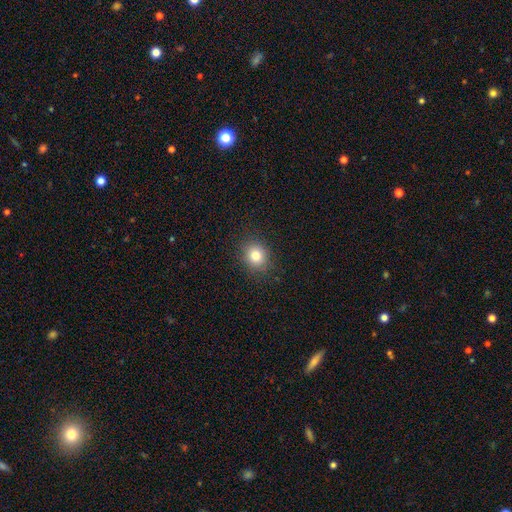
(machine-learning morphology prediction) type=smooth (81%); roundness=round (75%); merging=none (88%).